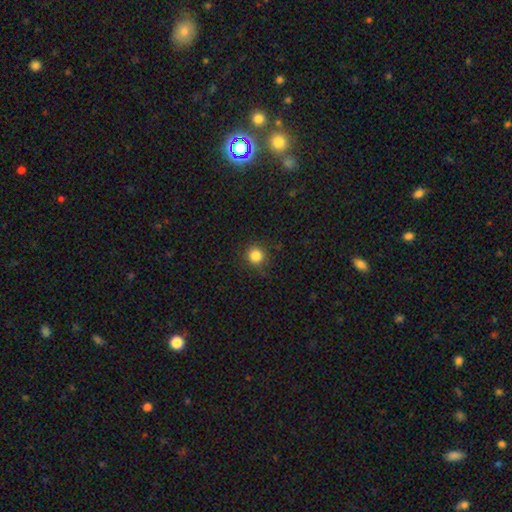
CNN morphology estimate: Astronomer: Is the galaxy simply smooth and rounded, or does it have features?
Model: smooth — 84%.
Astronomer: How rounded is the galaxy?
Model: round — 94%.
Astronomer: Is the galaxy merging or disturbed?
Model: none — 89%.